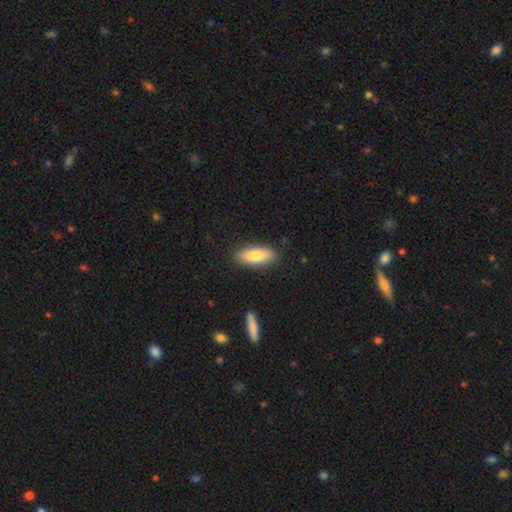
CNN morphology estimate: smooth_or_featured: smooth (p=0.78) [alt: featured or disk p=0.17]
how_rounded: in between (p=0.67) [alt: cigar-shaped p=0.31]
merging: none (p=0.87) [alt: minor disturbance p=0.10]